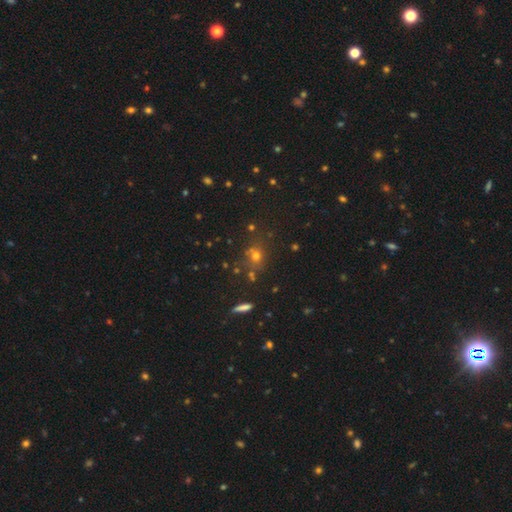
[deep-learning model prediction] Overall: smooth (55%; star or artifact 33%). How rounded: round (79%). Merging: none (73%).